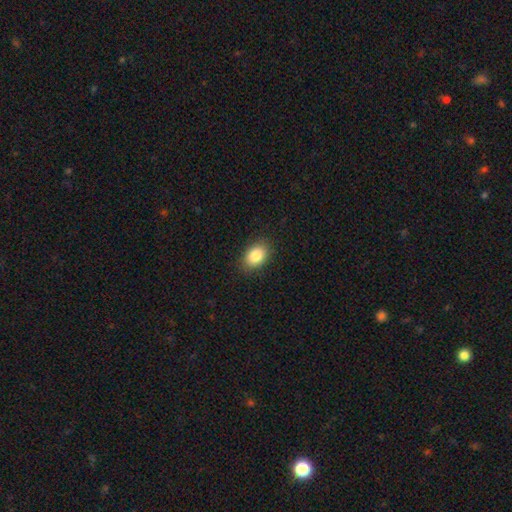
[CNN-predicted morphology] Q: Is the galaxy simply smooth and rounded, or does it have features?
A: smooth — 85%.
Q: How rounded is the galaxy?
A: in between — 80%.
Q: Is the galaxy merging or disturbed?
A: none — 88%.